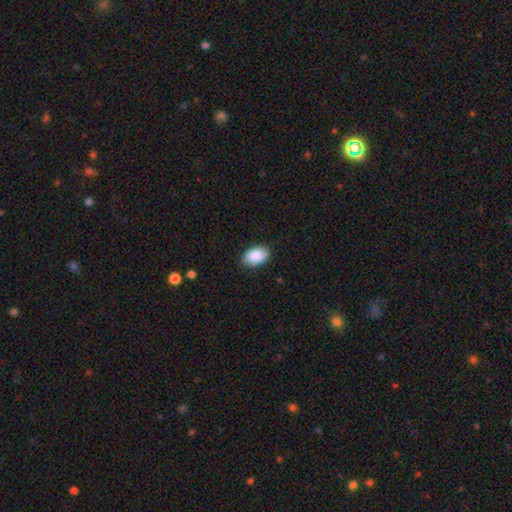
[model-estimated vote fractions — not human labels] Morphology: type=smooth (86%); roundness=in between (90%); merging=none (86%).